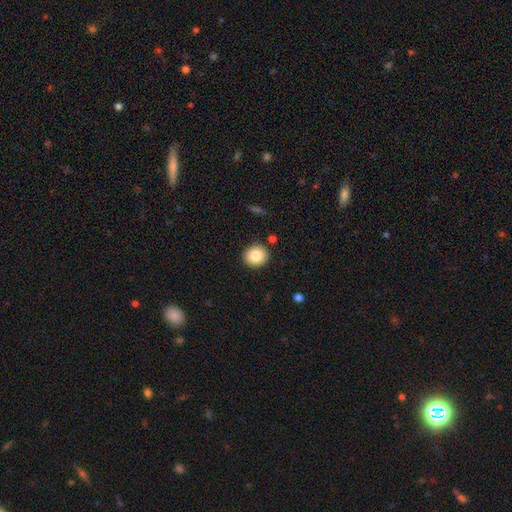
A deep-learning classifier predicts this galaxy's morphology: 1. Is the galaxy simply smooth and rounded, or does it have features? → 84% smooth, 9% star or artifact, 7% featured or disk.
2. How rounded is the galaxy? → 86% round, 13% in between, 1% cigar-shaped.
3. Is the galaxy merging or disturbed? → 88% none, 7% minor disturbance, 2% merger, 2% major disturbance.